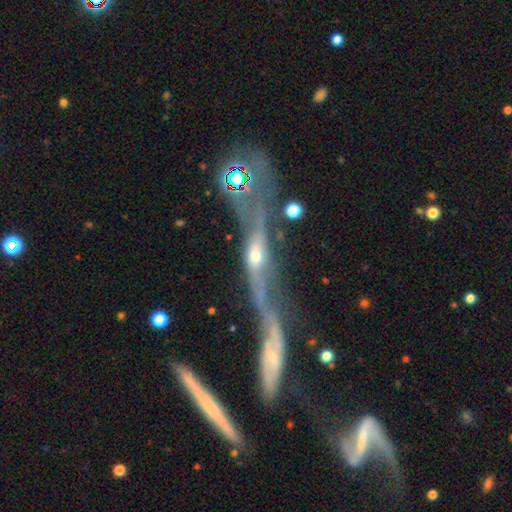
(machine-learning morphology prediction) This is likely a featured or disk galaxy (76%). It is possibly viewed edge-on (57%). Merging: possibly merger (50%).